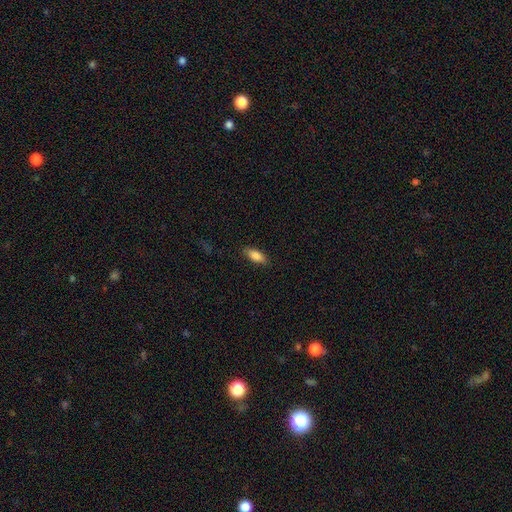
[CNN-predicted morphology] Smooth or featured? Predicted: smooth (p=0.85). How rounded? Predicted: in between (p=0.81). Merging? Predicted: none (p=0.83).